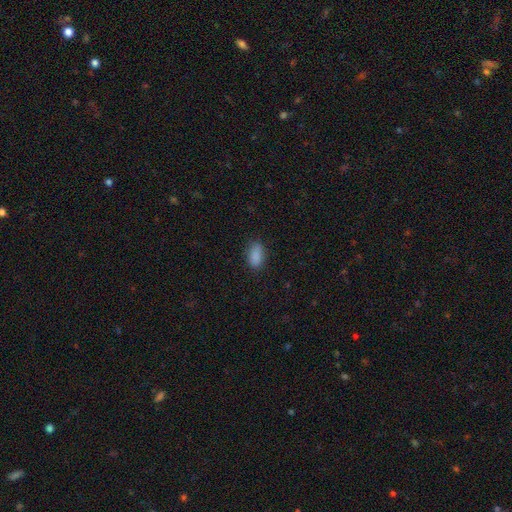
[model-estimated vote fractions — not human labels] smooth 88%, star or artifact 8%, featured or disk 4%. Down the decision tree: how rounded — in between (90%); merging — none (82%).